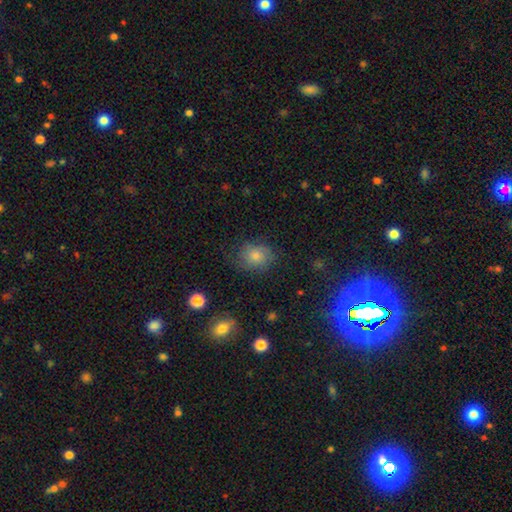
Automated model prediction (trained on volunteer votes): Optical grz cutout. It shows a smooth galaxy with no disk features (59%) that is round (62%). Merging: none (74%).